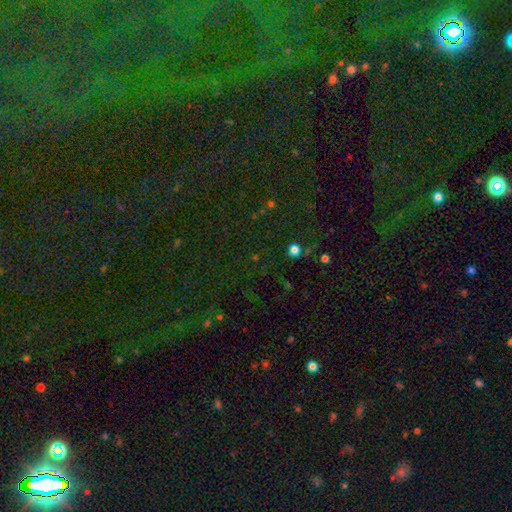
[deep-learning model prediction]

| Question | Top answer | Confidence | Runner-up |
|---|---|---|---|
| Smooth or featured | star or artifact | 76% | smooth (12%) |